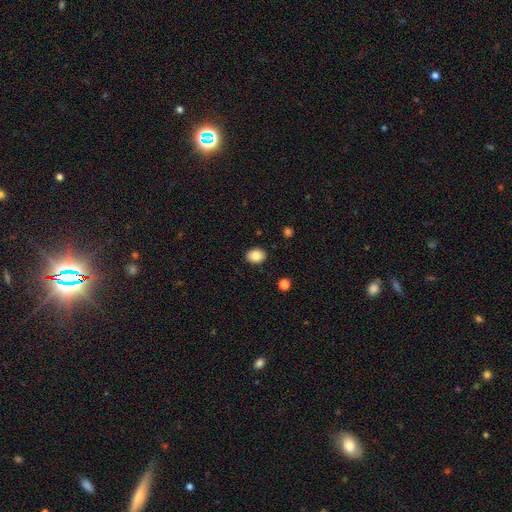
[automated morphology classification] A smooth galaxy with no disk features (86%) that is in between round and cigar-shaped (63%). Merging: none (88%).